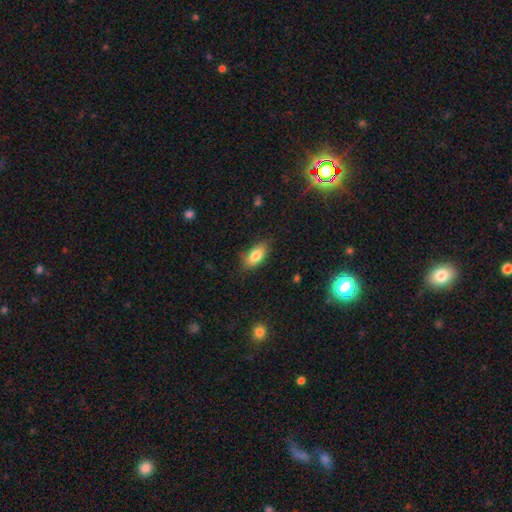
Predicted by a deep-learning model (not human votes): Smooth or featured? Predicted: smooth (p=0.82). How rounded? Predicted: in between (p=0.90). Merging? Predicted: none (p=0.75).